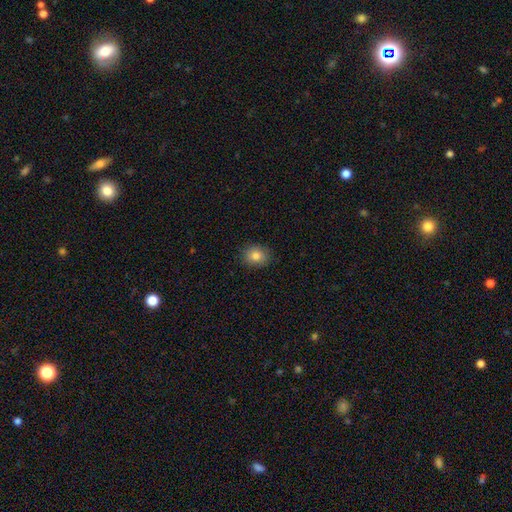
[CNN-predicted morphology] Q: Smooth or featured?
A: smooth (82%); runner-up: star or artifact (10%)
Q: How rounded?
A: round (62%); runner-up: in between (37%)
Q: Merging?
A: none (87%); runner-up: minor disturbance (10%)